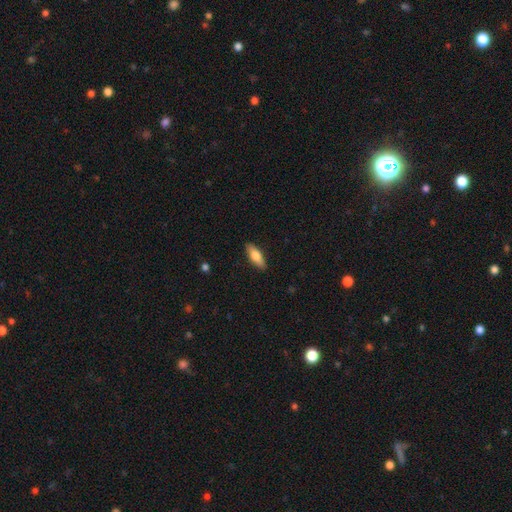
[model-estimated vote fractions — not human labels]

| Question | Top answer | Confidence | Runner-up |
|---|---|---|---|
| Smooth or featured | smooth | 74% | featured or disk (20%) |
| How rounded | in between | 63% | cigar-shaped (35%) |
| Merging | none | 88% | minor disturbance (9%) |